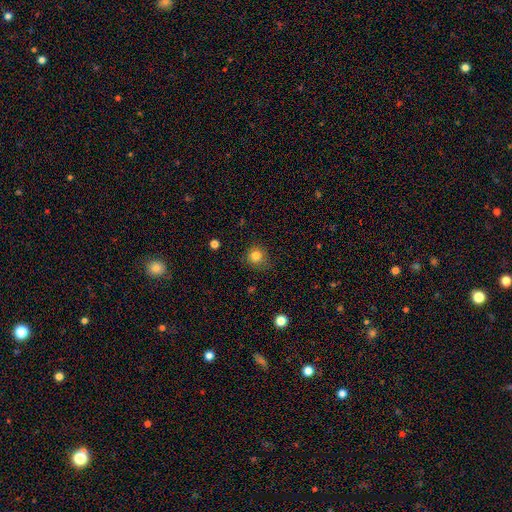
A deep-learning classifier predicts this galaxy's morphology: Overall: smooth (82%). How rounded: round (90%). Merging: none (83%).